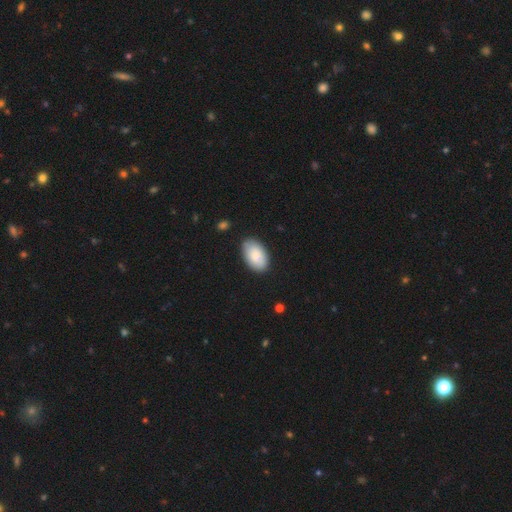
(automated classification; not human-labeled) Smooth or featured? smooth (87%)
How rounded? in between (94%)
Merging? none (84%)